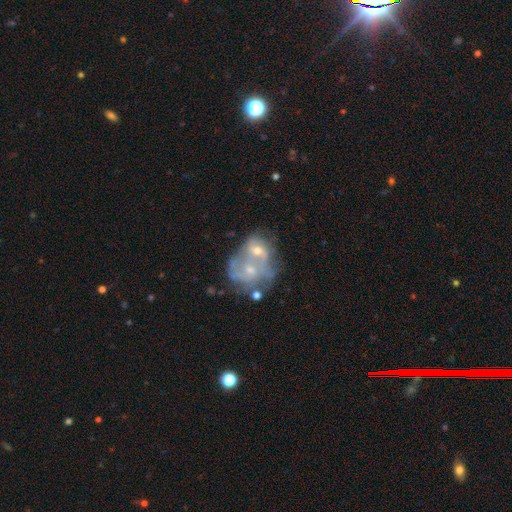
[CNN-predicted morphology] A featured or disk galaxy (64%) with no bar (79%), no spiral arms (51%) and a small central bulge (51%).

Vote fractions:
- Smooth or featured? featured or disk: 64% / smooth: 25% / star or artifact: 11%
- Edge-on disk? no: 97% / yes: 3%
- Bar? no: 79% / weak: 17% / strong: 4%
- Spiral arms? no: 51% / yes: 49%
- Bulge size? small: 51% / moderate: 38% / none: 7% / large: 2% / dominant: 1%
- Merging? merger: 70% / none: 16% / minor disturbance: 7% / major disturbance: 7%